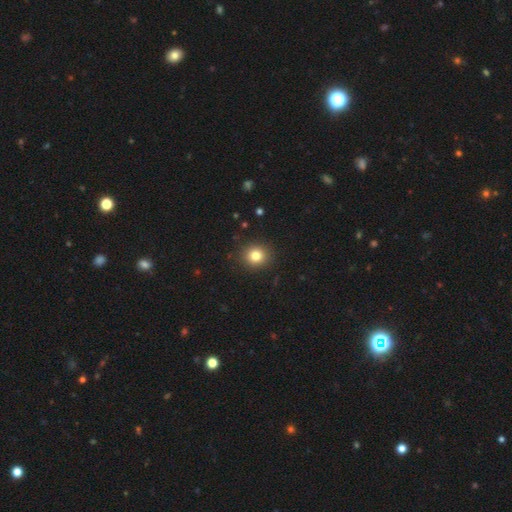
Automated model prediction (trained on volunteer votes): smooth_or_featured: smooth (p=0.81) [alt: star or artifact p=0.12]
how_rounded: round (p=0.87) [alt: in between p=0.12]
merging: none (p=0.91) [alt: minor disturbance p=0.06]